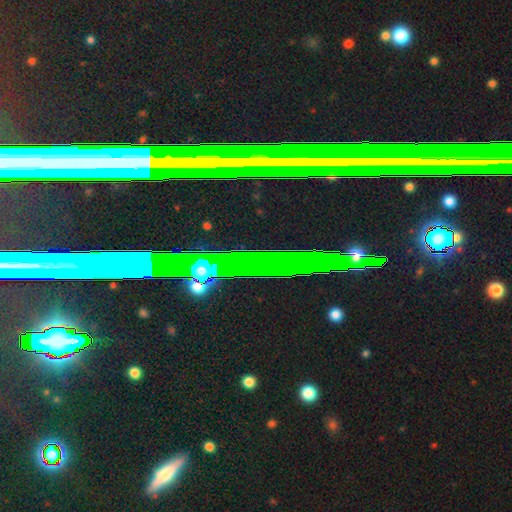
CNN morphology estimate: Smooth or featured? Predicted: star or artifact (p=0.78).